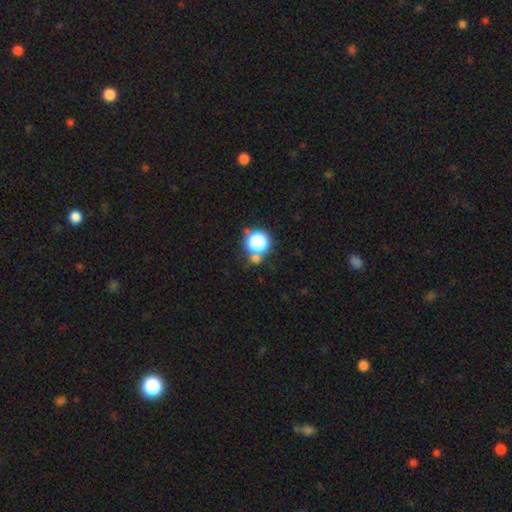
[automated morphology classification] The model was most divided on "smooth or featured": star or artifact: 51%, smooth: 42%, featured or disk: 7%.